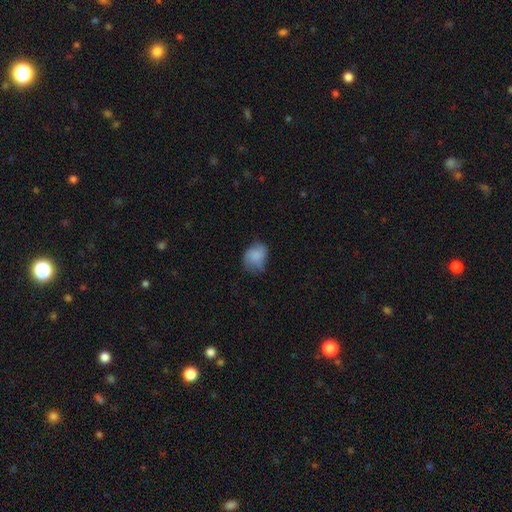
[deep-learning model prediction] smooth_or_featured: smooth (p=0.74) [alt: featured or disk p=0.17]
how_rounded: in between (p=0.50) [alt: round p=0.49]
merging: none (p=0.50) [alt: minor disturbance p=0.34]